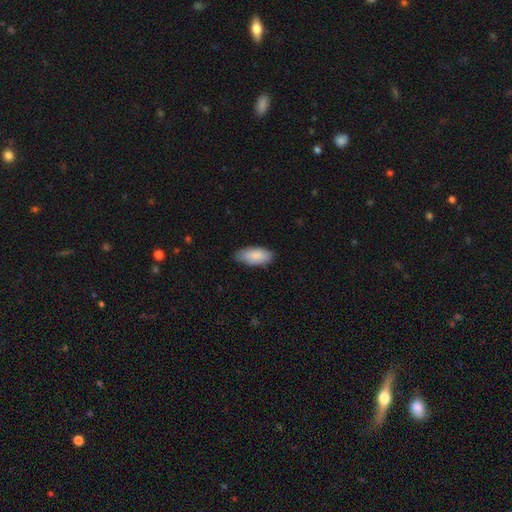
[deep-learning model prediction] Smooth or featured? Predicted: smooth (p=0.87). How rounded? Predicted: in between (p=0.90). Merging? Predicted: none (p=0.78).